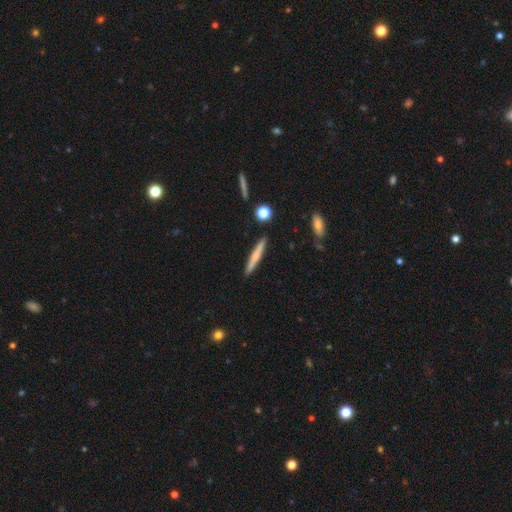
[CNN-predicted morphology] Q: Smooth or featured?
A: smooth (58%); runner-up: featured or disk (36%)
Q: How rounded?
A: cigar-shaped (94%); runner-up: in between (4%)
Q: Merging?
A: none (90%); runner-up: minor disturbance (7%)